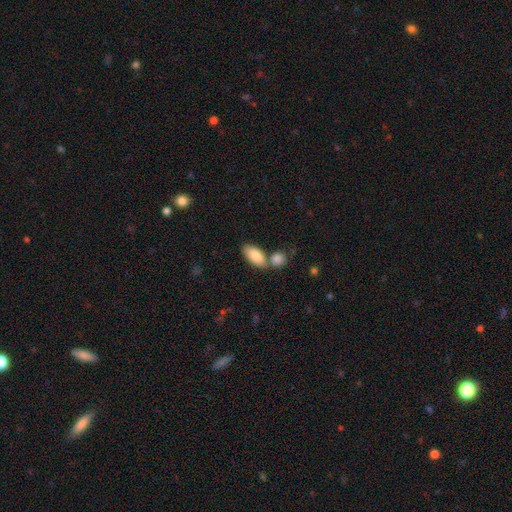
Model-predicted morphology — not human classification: A smooth galaxy with no disk features (86%) that is in between round and cigar-shaped (89%).

Vote fractions:
- Smooth or featured? smooth: 86% / featured or disk: 9% / star or artifact: 6%
- How rounded? in between: 89% / cigar-shaped: 8% / round: 3%
- Merging? none: 57% / merger: 28% / minor disturbance: 11% / major disturbance: 3%